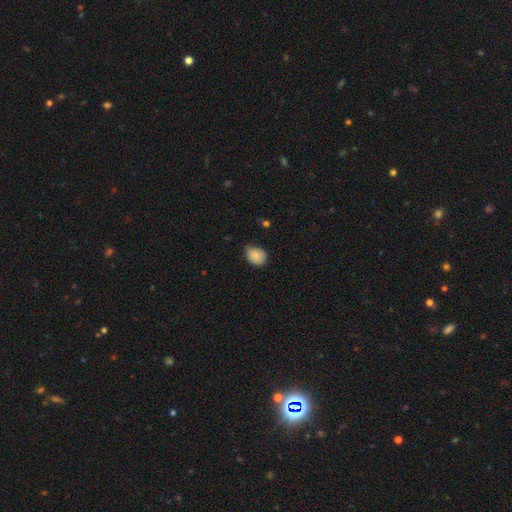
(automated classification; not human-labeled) This appears to be a smooth galaxy with no disk features (83%) that is in between round and cigar-shaped (60%). Merging: none (52%).